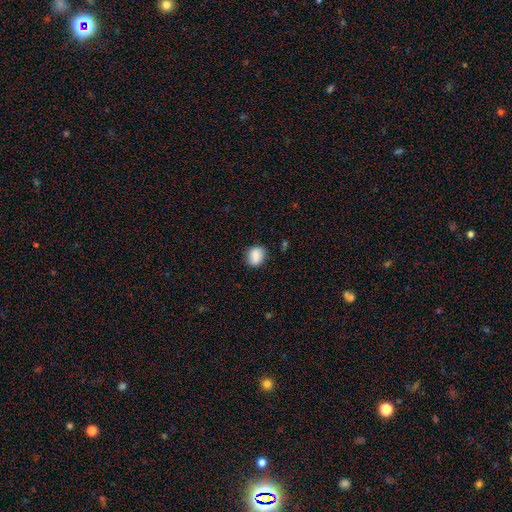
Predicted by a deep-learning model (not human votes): Smooth or featured?
  - smooth: 84% *
  - featured or disk: 8%
  - star or artifact: 8%
How rounded?
  - round: 54% *
  - in between: 45%
  - cigar-shaped: 1%
Merging?
  - none: 83% *
  - minor disturbance: 13%
  - major disturbance: 3%
  - merger: 2%